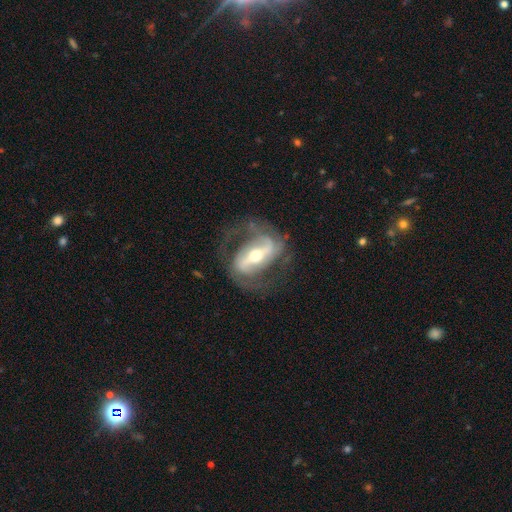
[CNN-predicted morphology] A featured or disk galaxy (86%) with a strong bar (65%), 2 (83%) medium (47%) spiral arms (90%) and a moderate central bulge (54%). Merging: none (67%).